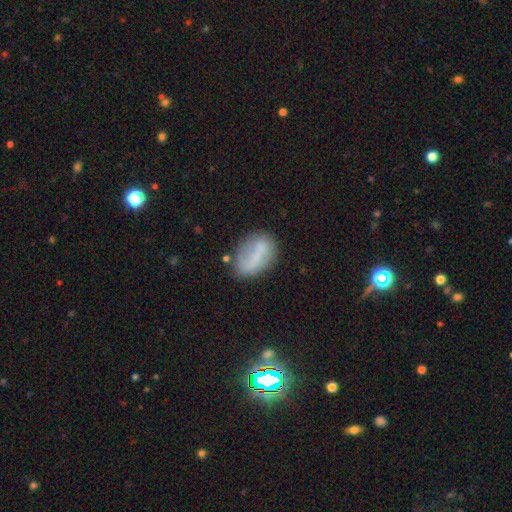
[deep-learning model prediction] Smooth or featured? Predicted: smooth (p=0.65). How rounded? Predicted: in between (p=0.84). Merging? Predicted: none (p=0.66).